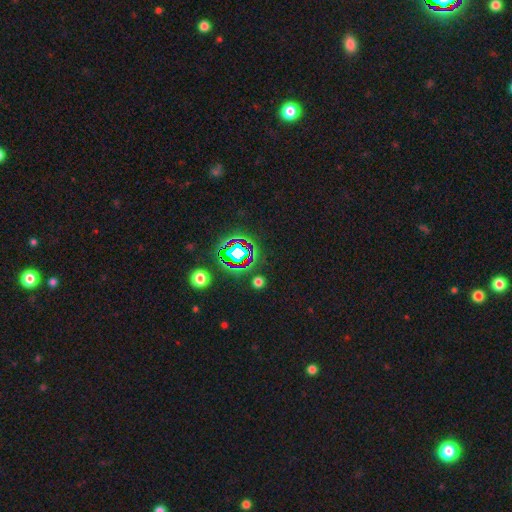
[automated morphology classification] Smooth or featured? star or artifact (77%)